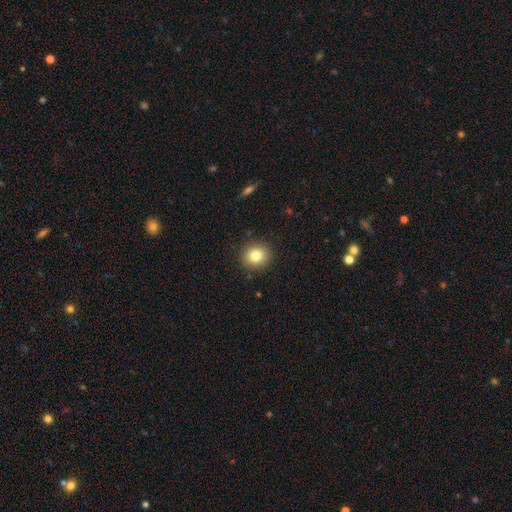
Smooth or featured? 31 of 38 (82%) said smooth. How rounded? 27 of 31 (87%) said round. Merging? 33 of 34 (97%) said none.